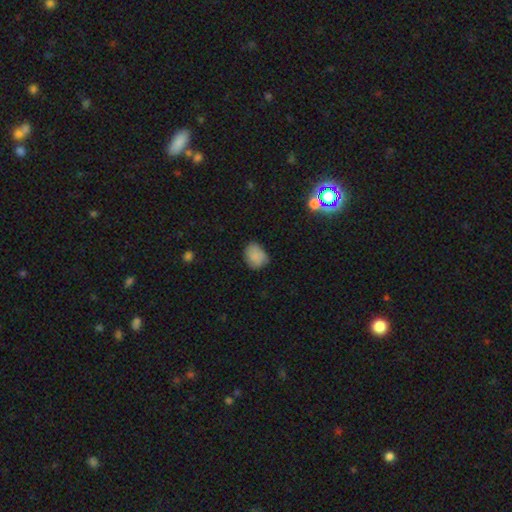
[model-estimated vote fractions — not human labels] smooth-or-featured: smooth: 82% | featured or disk: 9% | star or artifact: 9%
  how-rounded: round: 52% | in between: 47% | cigar-shaped: 1%
  merging: none: 67% | minor disturbance: 27% | major disturbance: 5% | merger: 1%